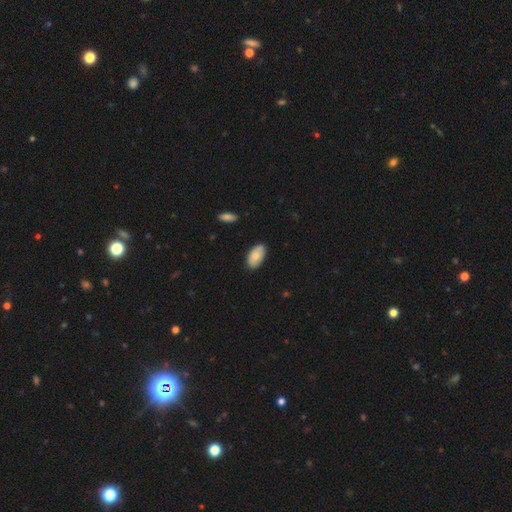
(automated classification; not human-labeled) Smooth or featured?
  - smooth: 78% *
  - featured or disk: 16%
  - star or artifact: 6%
How rounded?
  - in between: 95% *
  - round: 3%
  - cigar-shaped: 2%
Merging?
  - none: 81% *
  - minor disturbance: 15%
  - major disturbance: 2%
  - merger: 1%